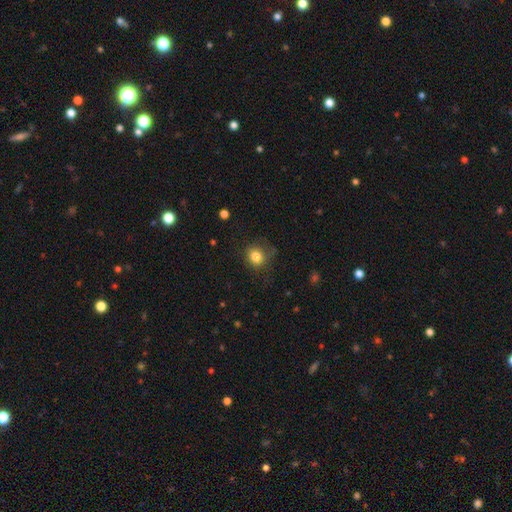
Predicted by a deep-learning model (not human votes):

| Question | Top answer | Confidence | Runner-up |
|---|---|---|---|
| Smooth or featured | smooth | 82% | star or artifact (11%) |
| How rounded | round | 79% | in between (20%) |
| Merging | none | 72% | minor disturbance (19%) |